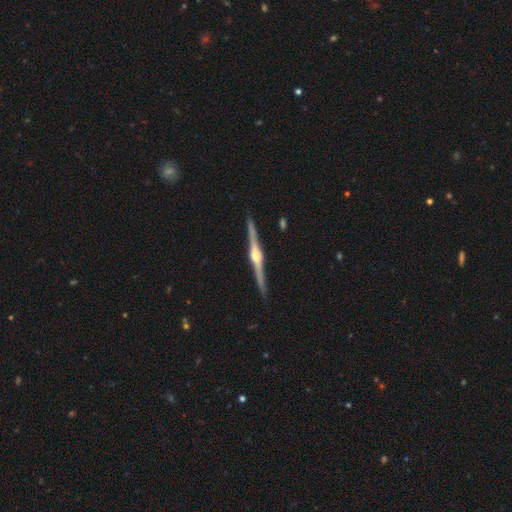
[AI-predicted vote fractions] smooth_or_featured: featured or disk (p=0.87) [alt: smooth p=0.09]
disk_edge_on: yes (p=0.99) [alt: no p=0.01]
edge_on_bulge: rounded (p=0.92) [alt: boxy p=0.06]
merging: none (p=0.92) [alt: minor disturbance p=0.06]